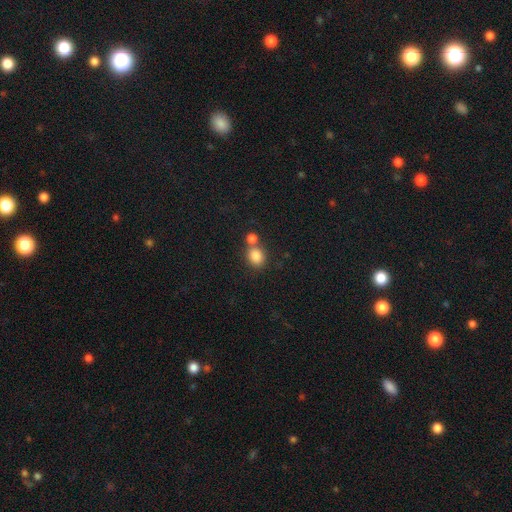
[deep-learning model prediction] smooth_or_featured: smooth (p=0.84) [alt: star or artifact p=0.10]
how_rounded: round (p=0.65) [alt: in between p=0.34]
merging: none (p=0.54) [alt: merger p=0.34]